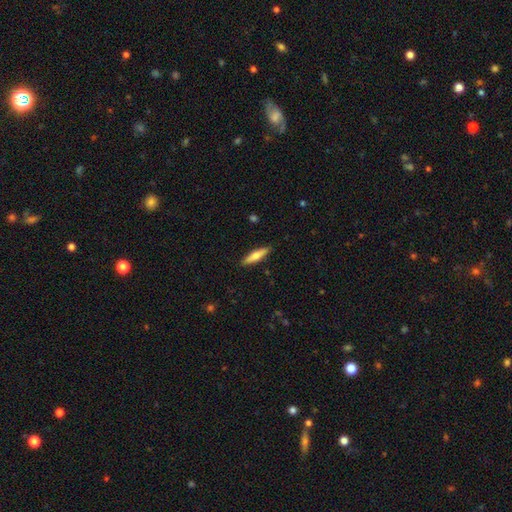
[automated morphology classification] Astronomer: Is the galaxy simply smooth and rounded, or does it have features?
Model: smooth — 57% (runner-up: featured or disk, 37%).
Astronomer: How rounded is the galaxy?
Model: cigar-shaped — 76%.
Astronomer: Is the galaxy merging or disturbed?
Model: none — 89%.